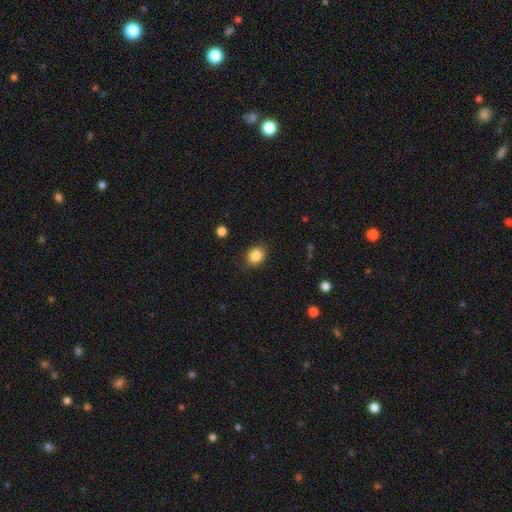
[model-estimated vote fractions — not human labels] A smooth galaxy with no disk features (86%) that is round (57%). Merging: none (85%).